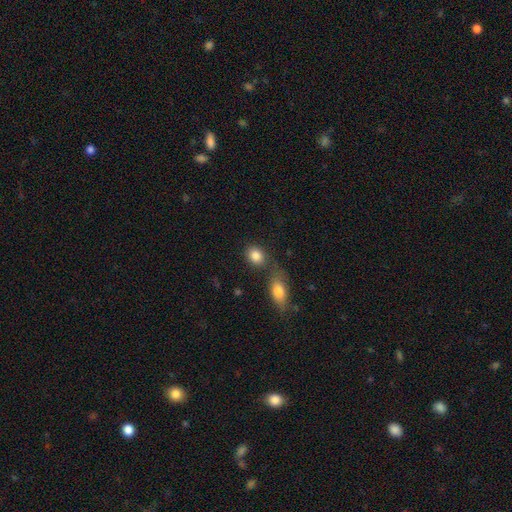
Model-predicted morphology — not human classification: A smooth galaxy with no disk features (85%) that is in between round and cigar-shaped (52%). Merging: none (58%).